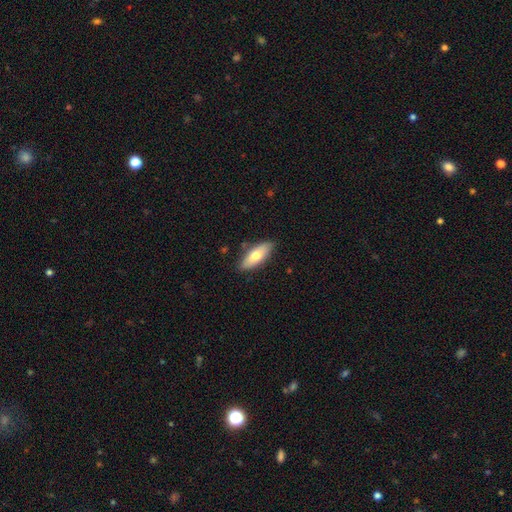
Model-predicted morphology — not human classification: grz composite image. It shows a smooth galaxy with no disk features (70%) that is in between round and cigar-shaped (72%). Merging: none (83%).